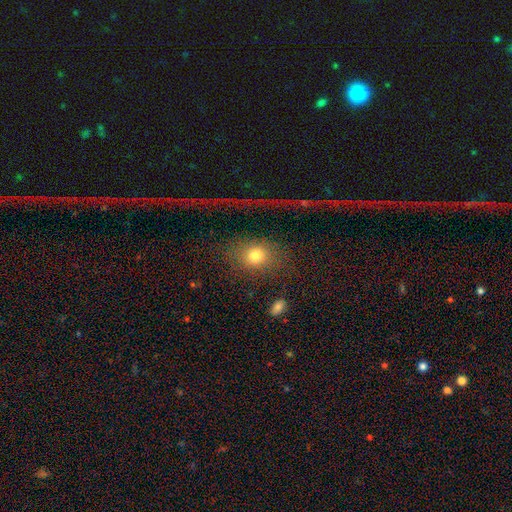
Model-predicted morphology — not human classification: Smooth or featured? Predicted: smooth (p=0.71). How rounded? Predicted: round (p=0.52). Merging? Predicted: none (p=0.58).